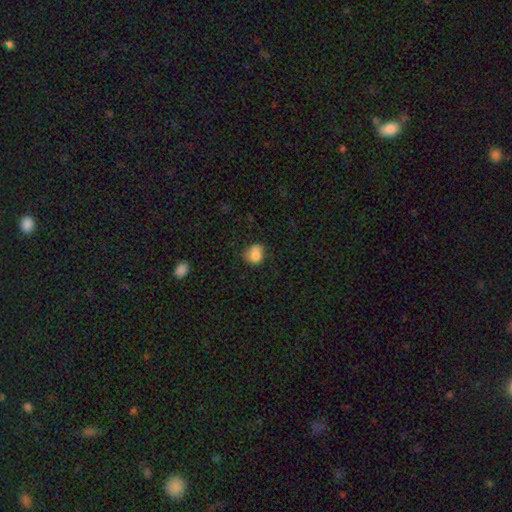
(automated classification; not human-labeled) The model was most divided on "how rounded": round: 53%, in between: 46%, cigar-shaped: 1%. Remaining: smooth or featured — smooth (79%); merging — none (44%).